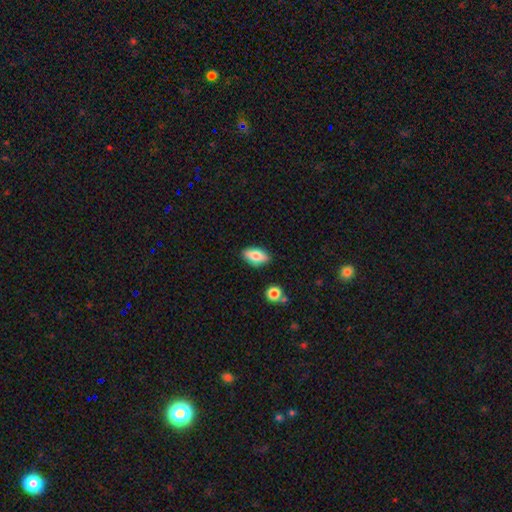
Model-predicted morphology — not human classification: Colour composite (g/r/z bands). It shows a smooth galaxy with no disk features (79%) that is in between round and cigar-shaped (87%). Merging: none (82%).